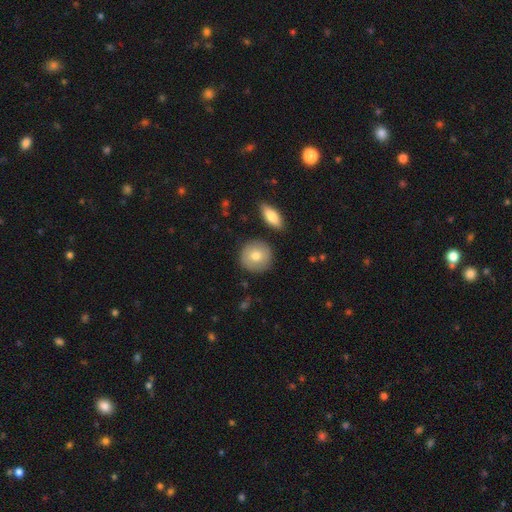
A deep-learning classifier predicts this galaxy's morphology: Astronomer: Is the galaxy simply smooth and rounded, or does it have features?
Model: smooth — 75%.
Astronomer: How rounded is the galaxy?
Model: round — 92%.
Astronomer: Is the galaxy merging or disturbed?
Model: none — 86%.